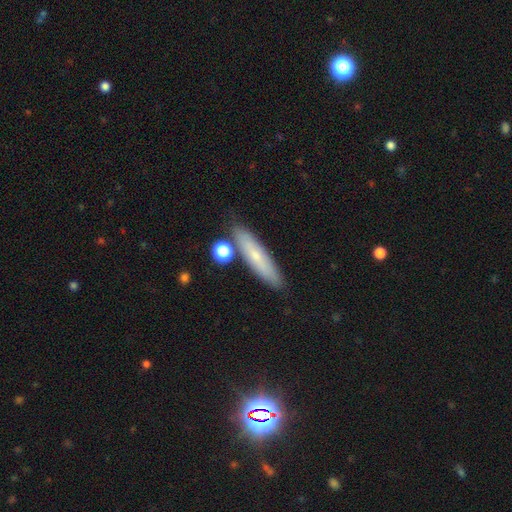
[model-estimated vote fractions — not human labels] smooth_or_featured: smooth (p=0.63) [alt: featured or disk p=0.29]
how_rounded: cigar-shaped (p=0.79) [alt: in between p=0.18]
merging: none (p=0.80) [alt: minor disturbance p=0.11]